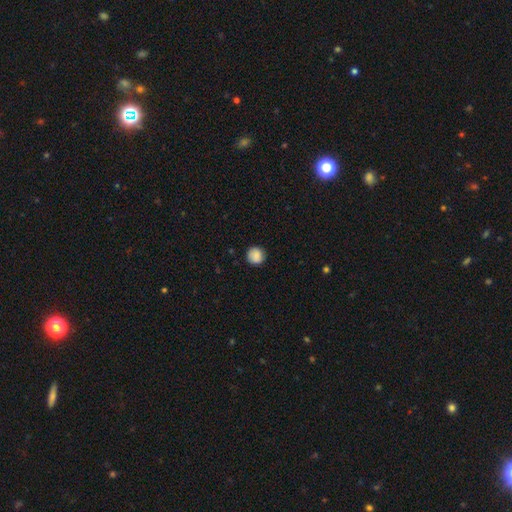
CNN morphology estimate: The model was most divided on "merging": none: 87%, minor disturbance: 10%, major disturbance: 2%, merger: 1%. More confident: how rounded — round (94%); smooth or featured — smooth (86%).